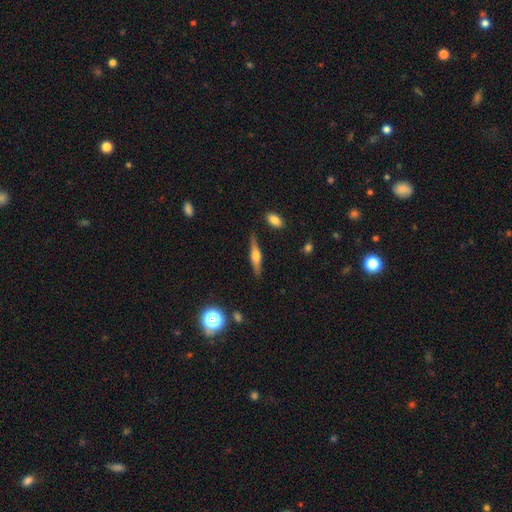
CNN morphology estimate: Q: Smooth or featured?
A: featured or disk (59%); runner-up: smooth (34%)
Q: Edge-on disk?
A: yes (96%); runner-up: no (4%)
Q: Edge-on bulge?
A: rounded (87%); runner-up: boxy (9%)
Q: Merging?
A: none (85%); runner-up: minor disturbance (10%)